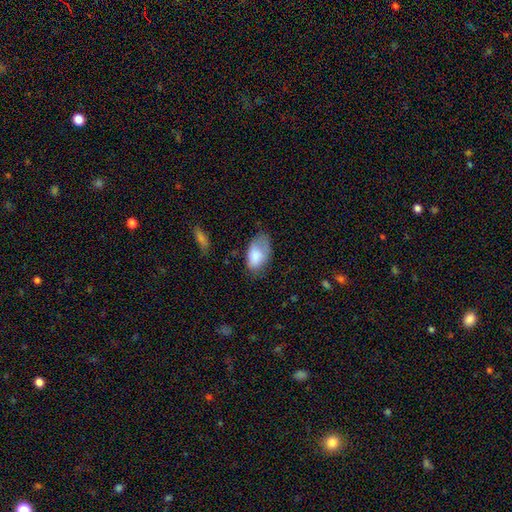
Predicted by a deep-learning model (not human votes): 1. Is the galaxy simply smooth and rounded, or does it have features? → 80% smooth, 13% featured or disk, 7% star or artifact.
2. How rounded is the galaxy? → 93% in between, 5% round, 2% cigar-shaped.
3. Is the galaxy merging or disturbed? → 44% none, 36% minor disturbance, 17% major disturbance, 3% merger.